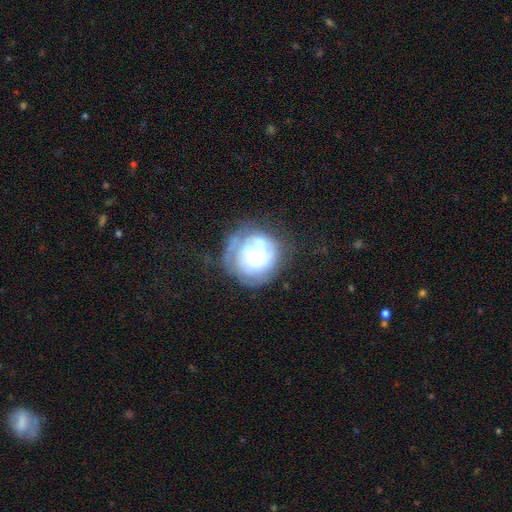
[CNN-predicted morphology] The model was most divided on "bulge size": moderate: 34%, small: 31%, large: 24%, dominant: 6%, none: 5%. More confident: edge-on disk — no (97%); bar — no (76%); spiral arms — yes (65%); smooth or featured — featured or disk (56%); merging — none (55%).